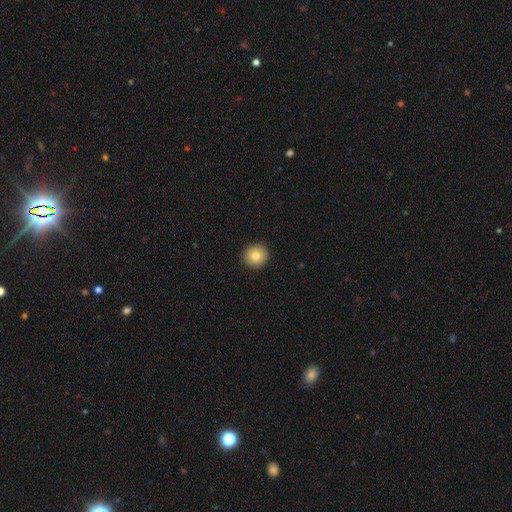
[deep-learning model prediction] This appears to be a smooth galaxy with no disk features (83%) that is round (93%). Merging: none (93%).